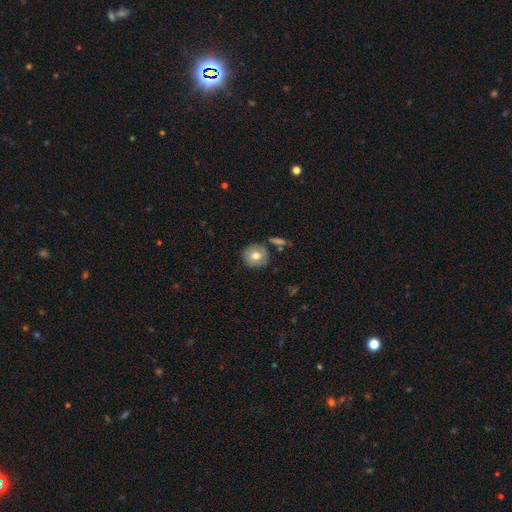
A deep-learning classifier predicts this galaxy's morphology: Q: Smooth or featured?
A: smooth (74%); runner-up: featured or disk (18%)
Q: How rounded?
A: round (91%); runner-up: in between (8%)
Q: Merging?
A: none (81%); runner-up: minor disturbance (11%)